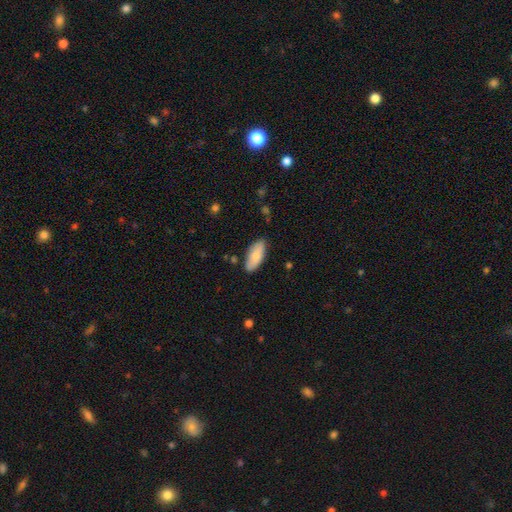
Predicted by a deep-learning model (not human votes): Smooth or featured? Predicted: smooth (p=0.80). How rounded? Predicted: in between (p=0.84). Merging? Predicted: none (p=0.82).